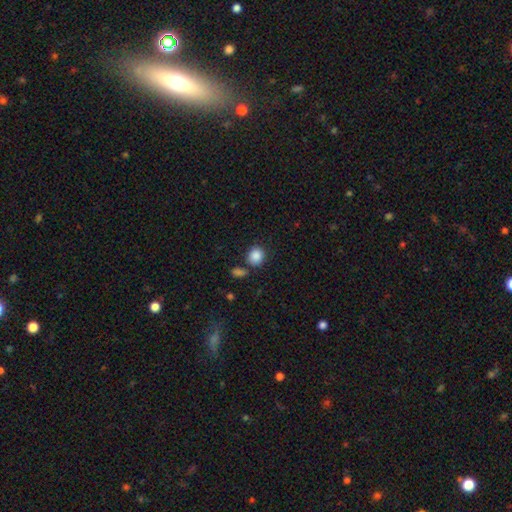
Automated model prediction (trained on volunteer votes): smooth_or_featured: smooth (p=0.87) [alt: star or artifact p=0.09]
how_rounded: round (p=0.80) [alt: in between p=0.19]
merging: none (p=0.75) [alt: minor disturbance p=0.11]